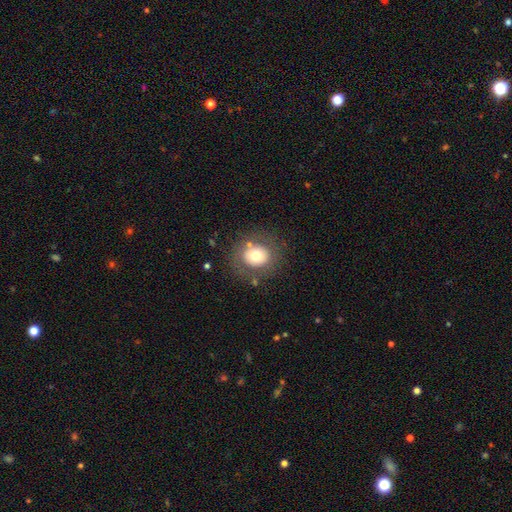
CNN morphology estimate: smooth_or_featured: smooth (p=0.66) [alt: featured or disk p=0.24]
how_rounded: round (p=0.81) [alt: in between p=0.18]
merging: none (p=0.77) [alt: minor disturbance p=0.12]